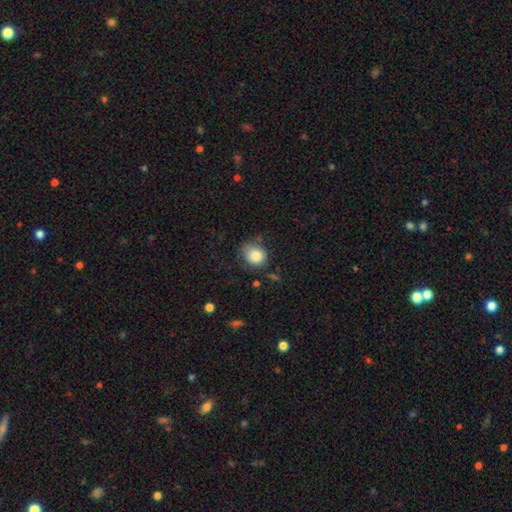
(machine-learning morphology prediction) smooth_or_featured: smooth (p=0.82) [alt: star or artifact p=0.09]
how_rounded: round (p=0.69) [alt: in between p=0.30]
merging: none (p=0.67) [alt: minor disturbance p=0.22]